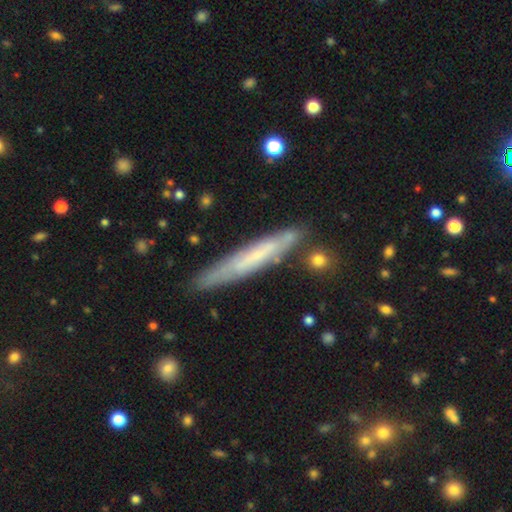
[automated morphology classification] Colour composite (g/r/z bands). It shows a featured or disk galaxy (48%). Merging: none (81%).